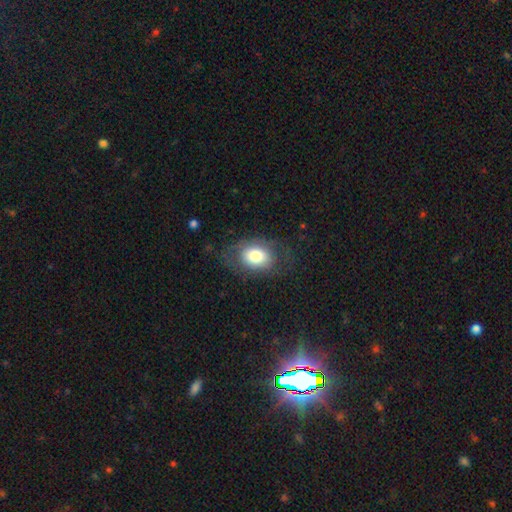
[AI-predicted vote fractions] Morphology: type=smooth (69%); roundness=in between (77%); merging=none (66%).